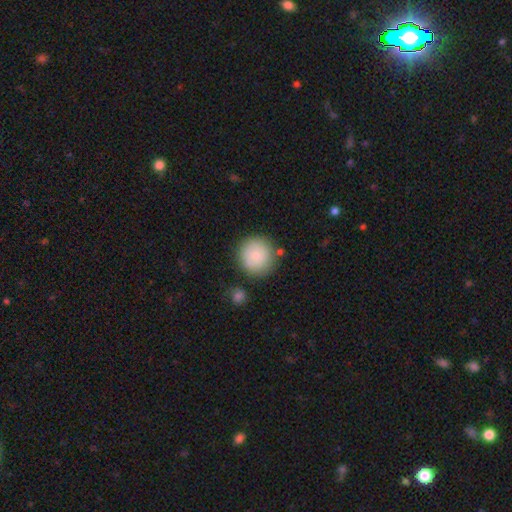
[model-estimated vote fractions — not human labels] smooth_or_featured: smooth (p=0.81) [alt: featured or disk p=0.11]
how_rounded: round (p=0.94) [alt: in between p=0.05]
merging: none (p=0.78) [alt: minor disturbance p=0.12]